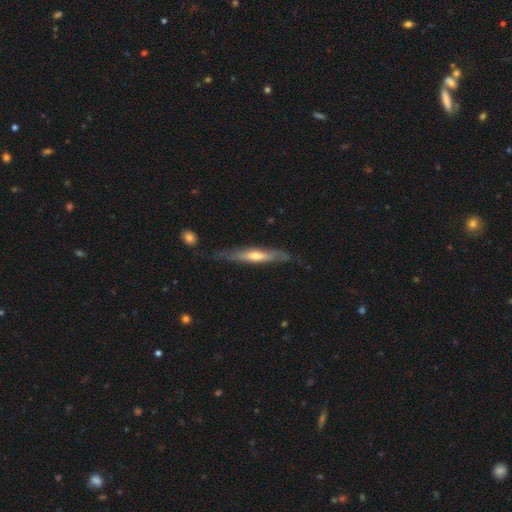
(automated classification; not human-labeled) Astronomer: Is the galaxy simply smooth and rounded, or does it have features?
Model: featured or disk — 60% (runner-up: smooth, 35%).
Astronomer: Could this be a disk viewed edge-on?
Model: yes — 82%.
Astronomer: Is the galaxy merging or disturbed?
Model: none — 72%.